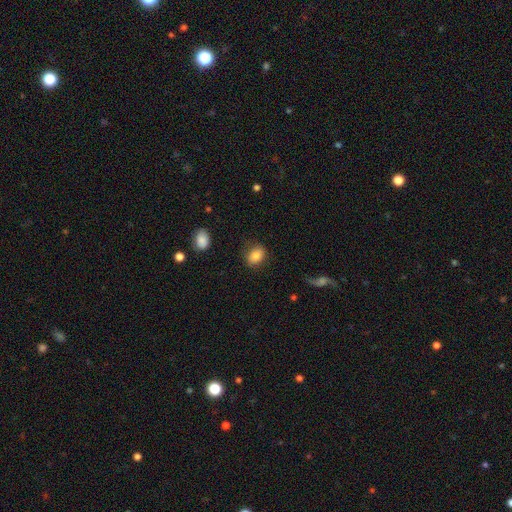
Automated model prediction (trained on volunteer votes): The model was most divided on "how rounded": in between: 68%, round: 31%, cigar-shaped: 1%. More confident: smooth or featured — smooth (82%); merging — none (79%).